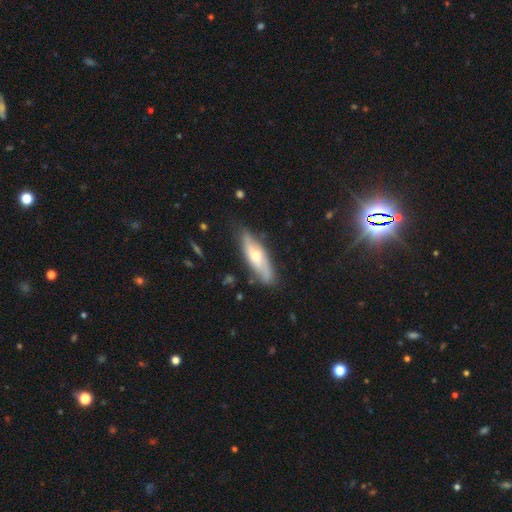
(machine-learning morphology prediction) This is possibly a smooth galaxy (48%). Merging: likely none (76%).